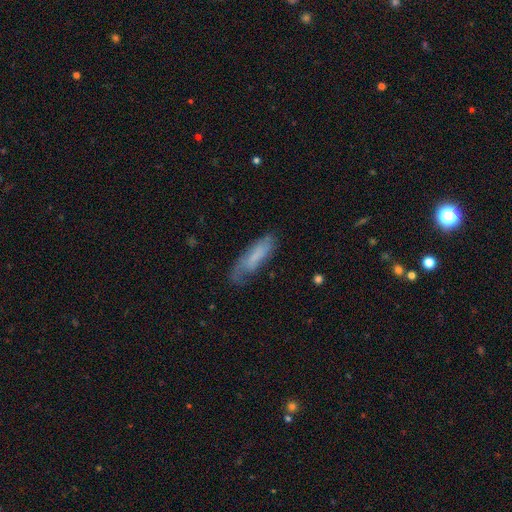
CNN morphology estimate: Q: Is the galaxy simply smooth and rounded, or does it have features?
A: smooth — 57%.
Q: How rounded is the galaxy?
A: cigar-shaped — 56%.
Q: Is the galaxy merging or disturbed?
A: none — 62%.